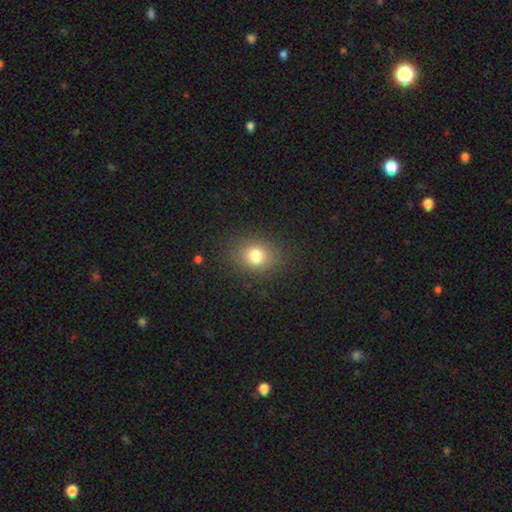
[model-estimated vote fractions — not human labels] smooth_or_featured: smooth (p=0.79) [alt: star or artifact p=0.13]
how_rounded: round (p=0.63) [alt: in between p=0.36]
merging: none (p=0.86) [alt: minor disturbance p=0.09]